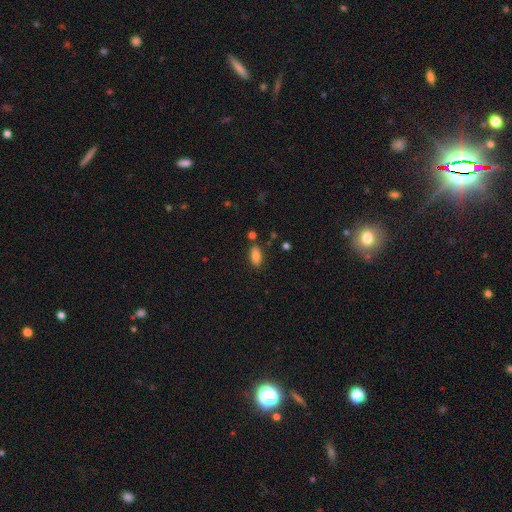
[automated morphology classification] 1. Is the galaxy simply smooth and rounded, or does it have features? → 85% smooth, 9% star or artifact, 6% featured or disk.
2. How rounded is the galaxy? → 87% in between, 10% cigar-shaped, 3% round.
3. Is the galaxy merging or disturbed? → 81% none, 11% minor disturbance, 5% merger, 3% major disturbance.